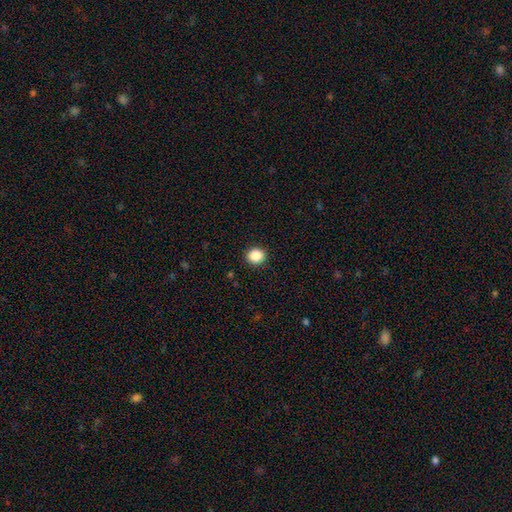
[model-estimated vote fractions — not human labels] smooth 87%, star or artifact 9%, featured or disk 3%. Down the decision tree: how rounded — round (80%); merging — none (91%).